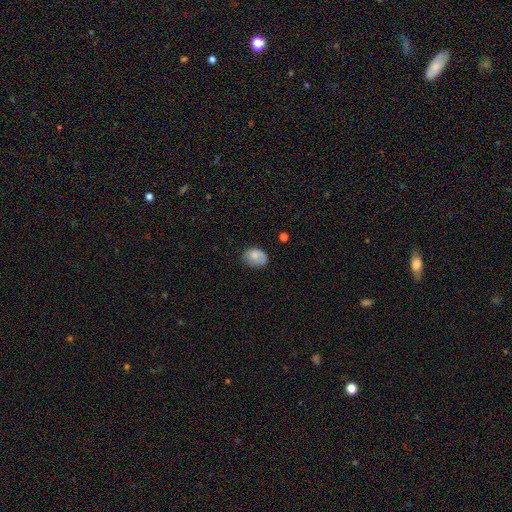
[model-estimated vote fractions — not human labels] This is likely a smooth galaxy (75%). How rounded: likely in between (66%). Merging: likely none (62%).